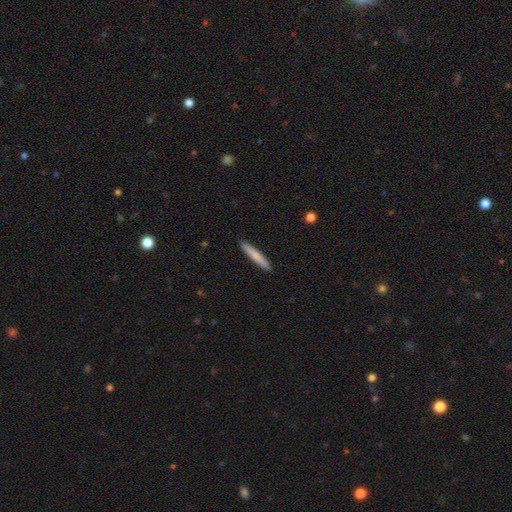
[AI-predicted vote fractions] Smooth or featured? smooth (77%)
How rounded? cigar-shaped (95%)
Merging? none (92%)